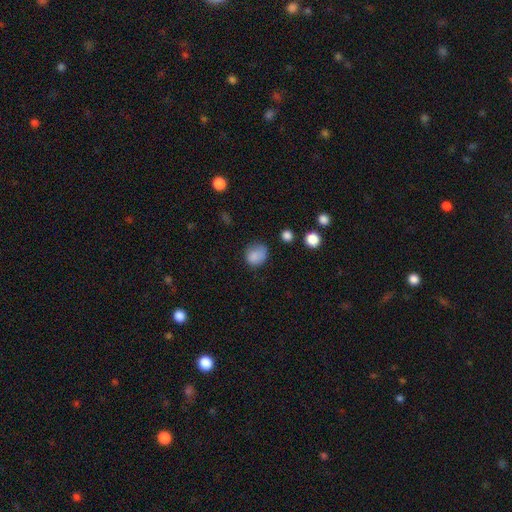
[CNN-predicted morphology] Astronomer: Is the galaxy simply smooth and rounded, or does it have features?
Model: smooth — 84%.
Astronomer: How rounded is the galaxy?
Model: round — 66%.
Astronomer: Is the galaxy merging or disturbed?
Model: none — 59%.